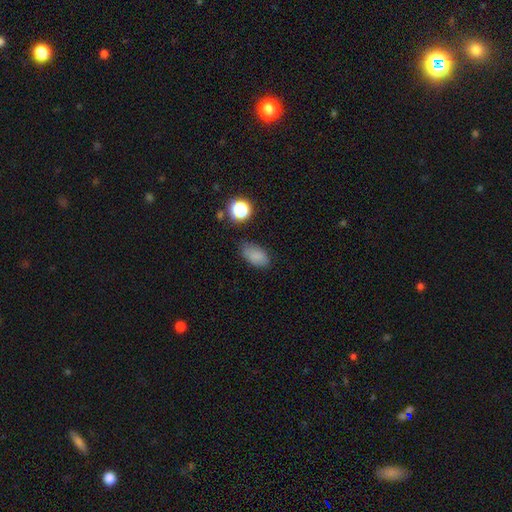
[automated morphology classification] smooth-or-featured: smooth: 81% | star or artifact: 12% | featured or disk: 6%
  how-rounded: in between: 90% | round: 8% | cigar-shaped: 3%
  merging: none: 74% | minor disturbance: 18% | major disturbance: 5% | merger: 3%